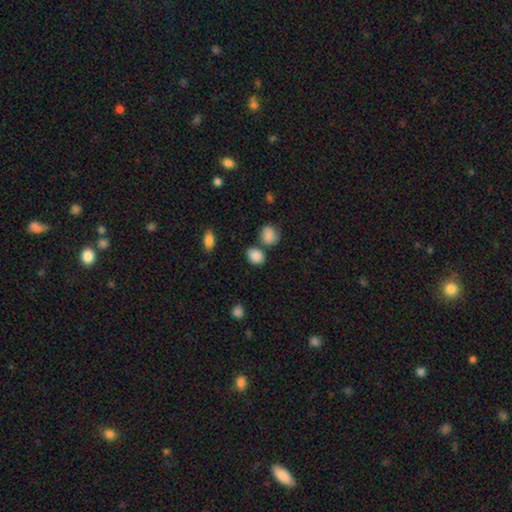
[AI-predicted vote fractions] Q: Smooth or featured?
A: smooth (86%); runner-up: star or artifact (8%)
Q: How rounded?
A: in between (56%); runner-up: round (42%)
Q: Merging?
A: none (68%); runner-up: minor disturbance (15%)